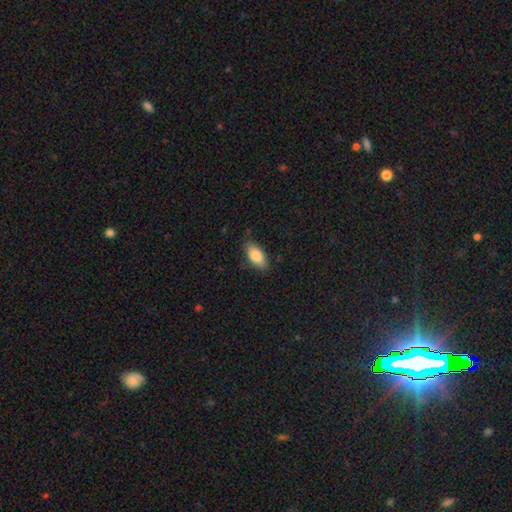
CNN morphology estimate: Smooth or featured?
  - smooth: 82% *
  - featured or disk: 12%
  - star or artifact: 6%
How rounded?
  - in between: 88% *
  - cigar-shaped: 9%
  - round: 3%
Merging?
  - none: 82% *
  - minor disturbance: 15%
  - major disturbance: 3%
  - merger: 1%